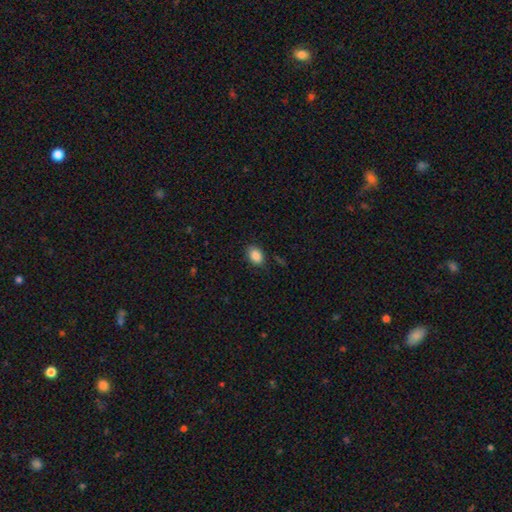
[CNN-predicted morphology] Smooth or featured? smooth (88%)
How rounded? in between (76%)
Merging? none (83%)